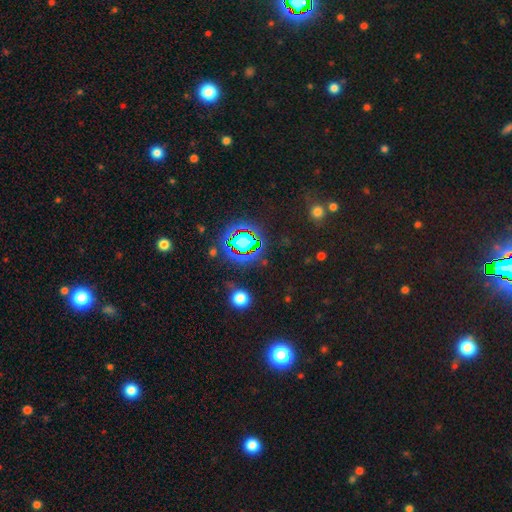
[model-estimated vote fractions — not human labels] Q: Smooth or featured?
A: star or artifact (79%); runner-up: smooth (13%)